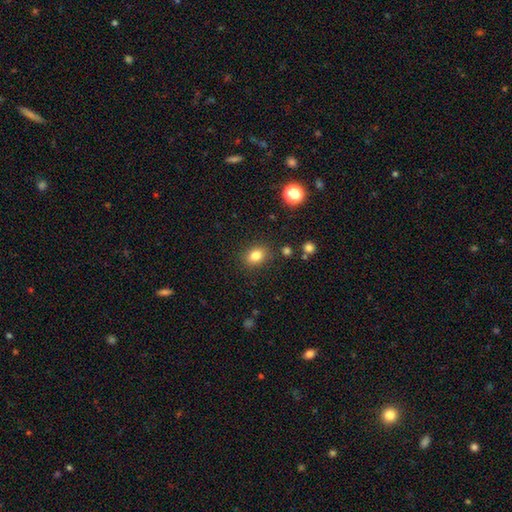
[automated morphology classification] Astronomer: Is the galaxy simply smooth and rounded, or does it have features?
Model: smooth — 82%.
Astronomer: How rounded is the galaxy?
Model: in between — 59% (runner-up: round, 40%).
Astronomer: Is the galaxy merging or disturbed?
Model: none — 85%.